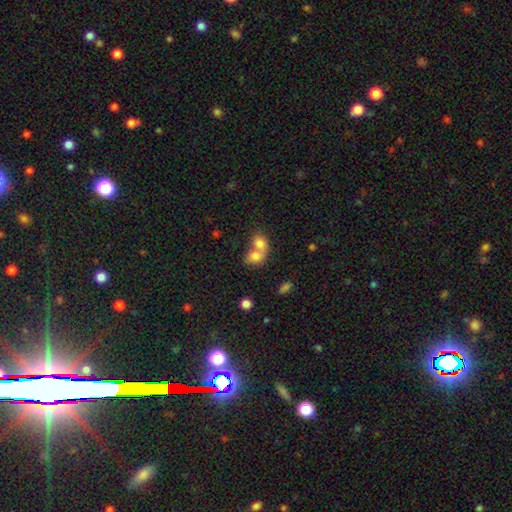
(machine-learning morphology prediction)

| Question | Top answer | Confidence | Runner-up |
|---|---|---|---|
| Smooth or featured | smooth | 76% | featured or disk (14%) |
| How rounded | in between | 55% | round (44%) |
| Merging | merger | 73% | none (19%) |